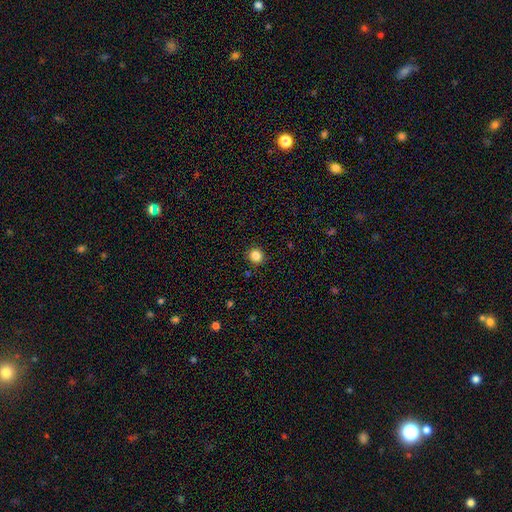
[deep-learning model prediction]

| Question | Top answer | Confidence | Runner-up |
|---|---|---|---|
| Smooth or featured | smooth | 84% | star or artifact (12%) |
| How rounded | round | 91% | in between (8%) |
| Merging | none | 91% | minor disturbance (6%) |